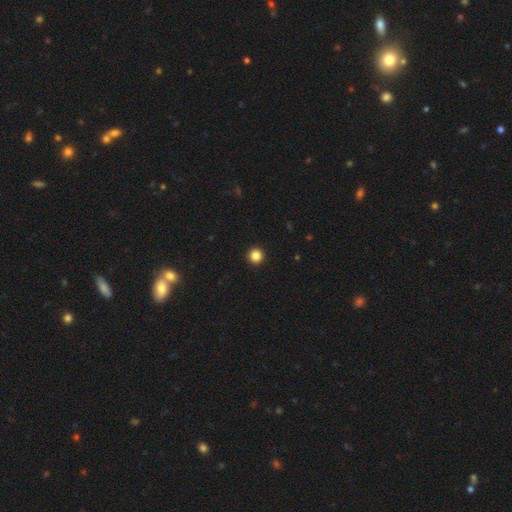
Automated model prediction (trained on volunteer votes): Overall: smooth (86%). How rounded: round (96%). Merging: none (94%).